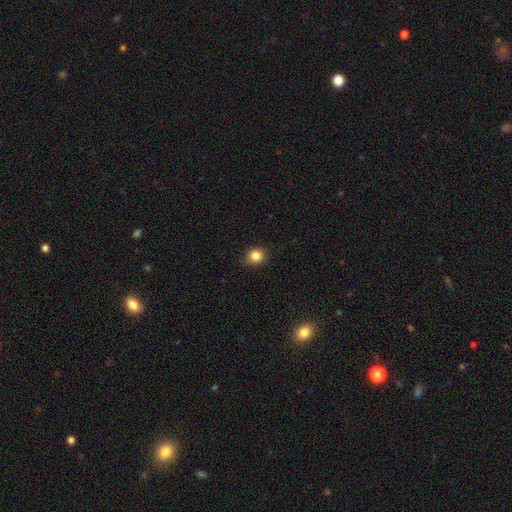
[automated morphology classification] A smooth galaxy with no disk features (84%) that is round (79%). Merging: none (84%).